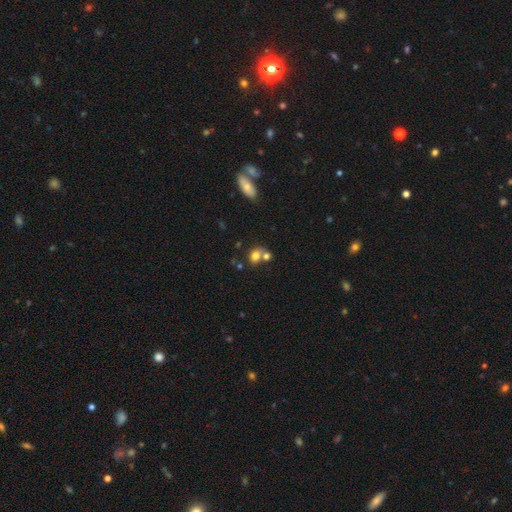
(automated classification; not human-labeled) A smooth galaxy with no disk features (76%) that is round (51%). Merging: merger (46%).